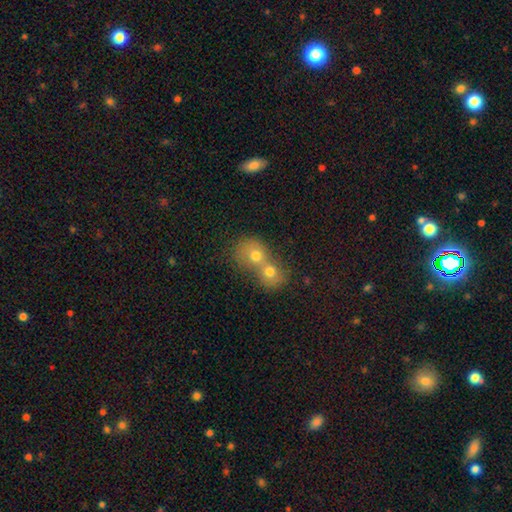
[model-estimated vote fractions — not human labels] Smooth or featured? Predicted: smooth (p=0.59). How rounded? Predicted: round (p=0.72). Merging? Predicted: merger (p=0.63).